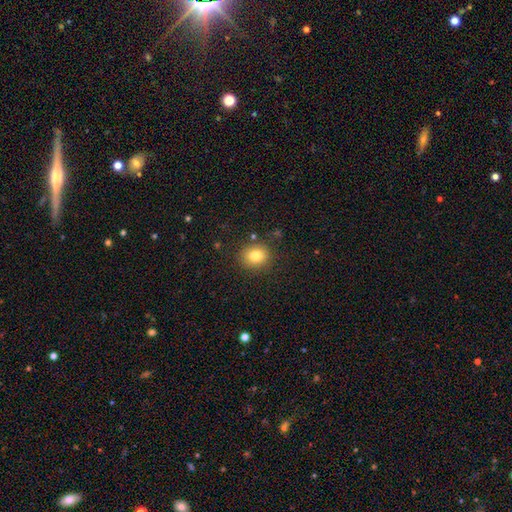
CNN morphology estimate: Q: Smooth or featured?
A: smooth (80%); runner-up: star or artifact (12%)
Q: How rounded?
A: round (79%); runner-up: in between (20%)
Q: Merging?
A: none (86%); runner-up: minor disturbance (9%)